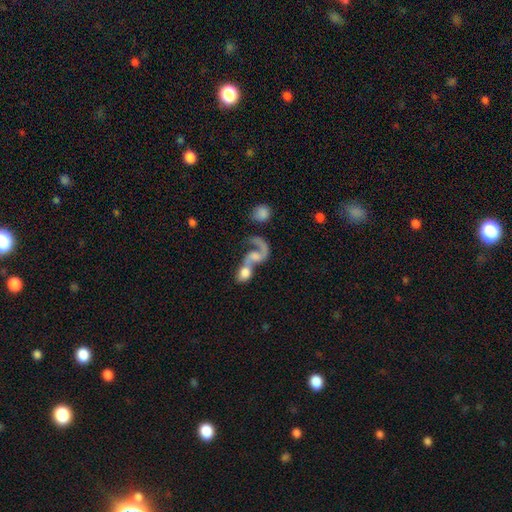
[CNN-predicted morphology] featured or disk 61%, smooth 30%, star or artifact 9%. Down the decision tree: edge-on disk — no (96%); bar — no (66%); spiral arms — yes (75%); bulge size — moderate (32%); merging — merger (72%).